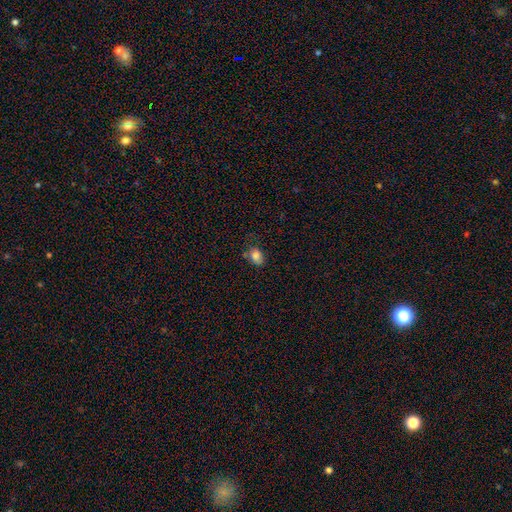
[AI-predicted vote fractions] A smooth galaxy with no disk features (83%) that is in between round and cigar-shaped (63%). Merging: none (63%).